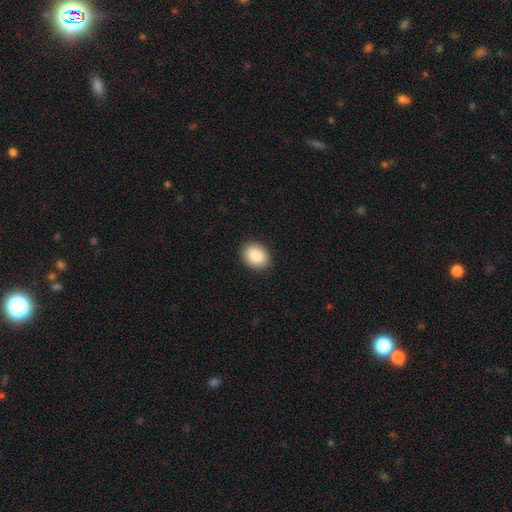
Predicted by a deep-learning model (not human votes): The model was most divided on "how rounded": in between: 57%, round: 42%, cigar-shaped: 1%. More confident: merging — none (90%); smooth or featured — smooth (88%).